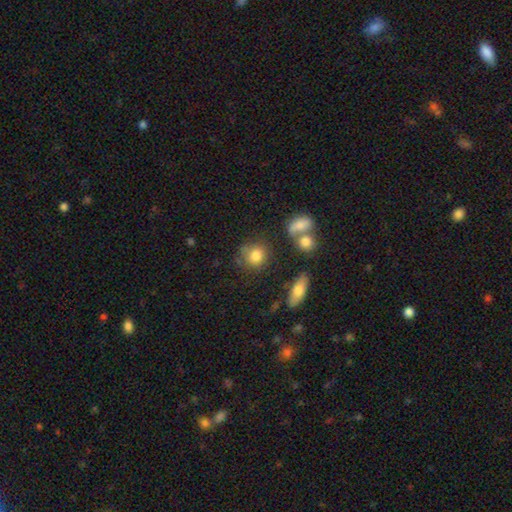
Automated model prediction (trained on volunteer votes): Q: Smooth or featured?
A: smooth (80%); runner-up: featured or disk (10%)
Q: How rounded?
A: round (72%); runner-up: in between (26%)
Q: Merging?
A: none (62%); runner-up: minor disturbance (19%)